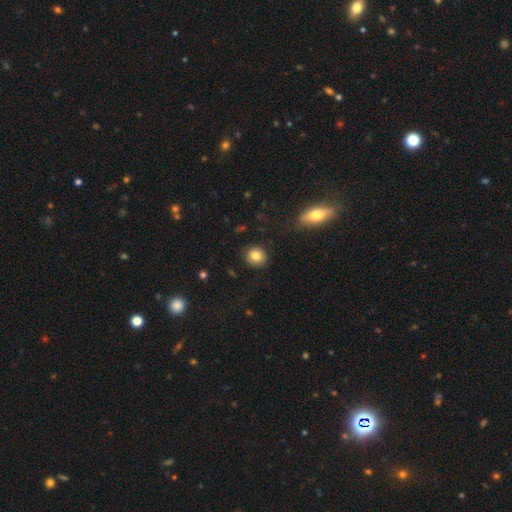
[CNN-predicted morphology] smooth-or-featured: smooth: 83% | star or artifact: 9% | featured or disk: 8%
  how-rounded: round: 85% | in between: 14% | cigar-shaped: 1%
  merging: none: 88% | minor disturbance: 8% | major disturbance: 2% | merger: 1%